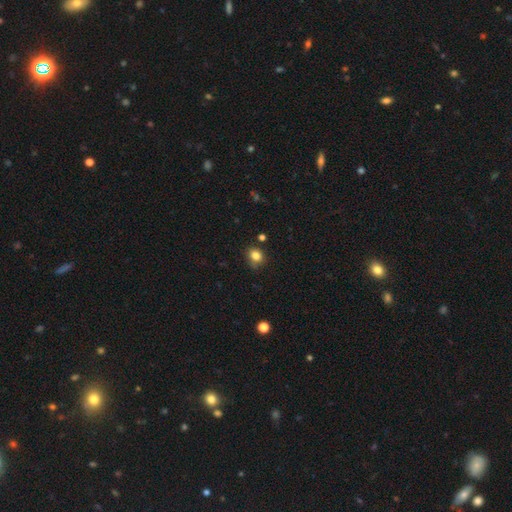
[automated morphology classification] A smooth galaxy with no disk features (83%) that is round (70%). Merging: none (77%).